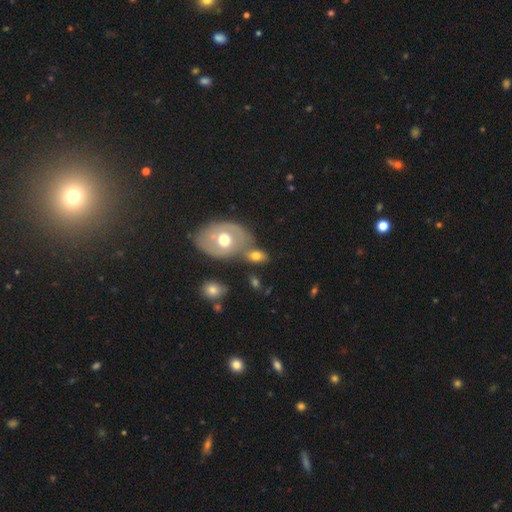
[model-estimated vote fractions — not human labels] smooth 63%, featured or disk 28%, star or artifact 9%. Down the decision tree: how rounded — in between (82%); merging — none (44%).